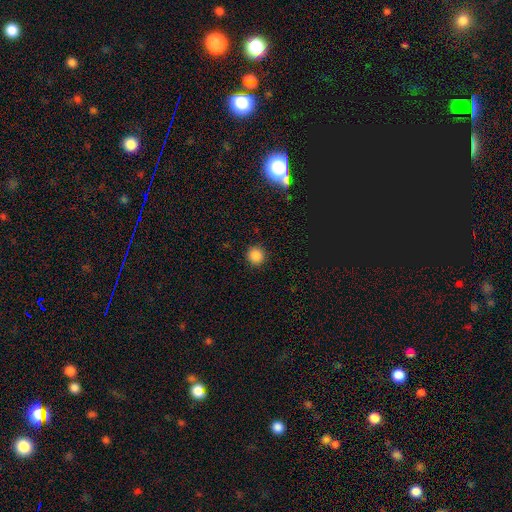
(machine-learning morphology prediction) This is clearly a smooth galaxy (85%). How rounded: clearly round (95%). Merging: clearly none (92%).